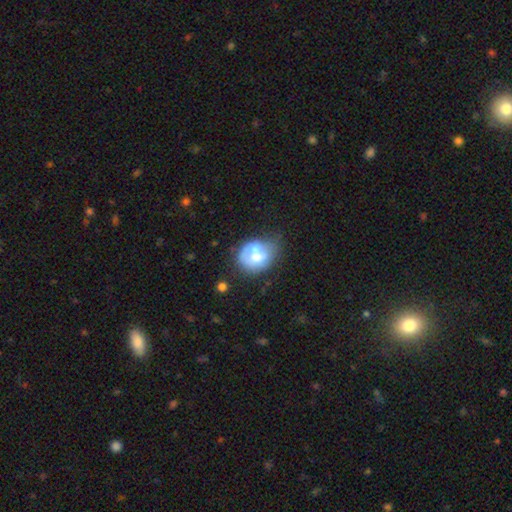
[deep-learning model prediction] Smooth or featured? smooth (56%)
How rounded? in between (50%)
Merging? none (31%)